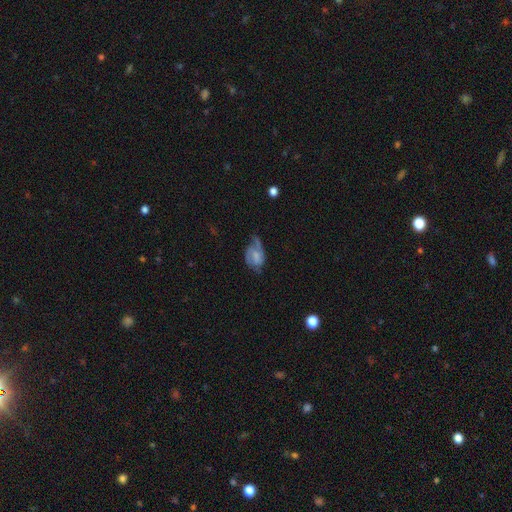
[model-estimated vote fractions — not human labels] Overall: featured or disk (56%; smooth 35%). Edge-on disk: no (97%). Bar: no (50%; weak 39%). Spiral arms: yes (81%). Bulge size: none (36%; small 31%). Merging: none (34%; minor disturbance 32%).